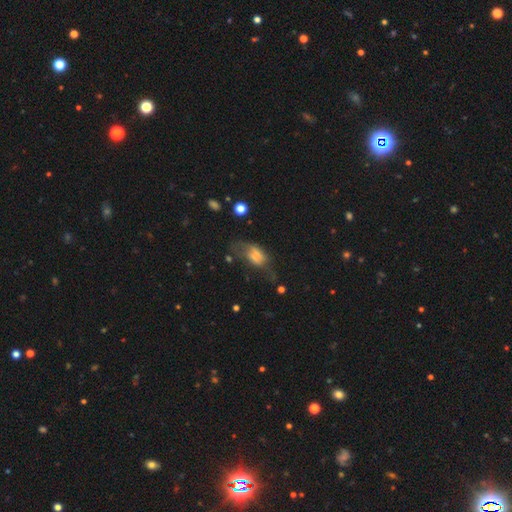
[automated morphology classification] Overall: smooth (61%; featured or disk 27%). How rounded: in between (86%). Merging: major disturbance (44%; minor disturbance 27%).